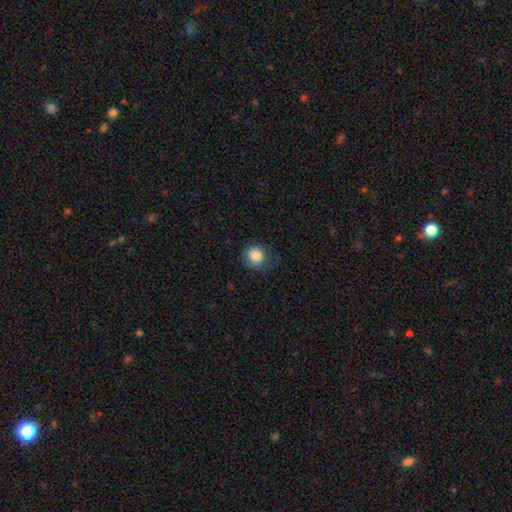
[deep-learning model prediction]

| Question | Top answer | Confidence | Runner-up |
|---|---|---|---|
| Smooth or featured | smooth | 85% | star or artifact (9%) |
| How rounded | round | 85% | in between (14%) |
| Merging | none | 70% | minor disturbance (22%) |